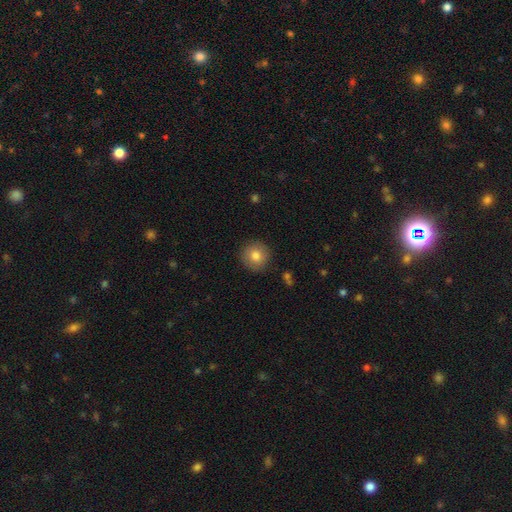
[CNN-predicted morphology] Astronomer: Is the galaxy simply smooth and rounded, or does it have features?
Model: smooth — 81%.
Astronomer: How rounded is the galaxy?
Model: round — 94%.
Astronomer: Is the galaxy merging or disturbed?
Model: none — 90%.